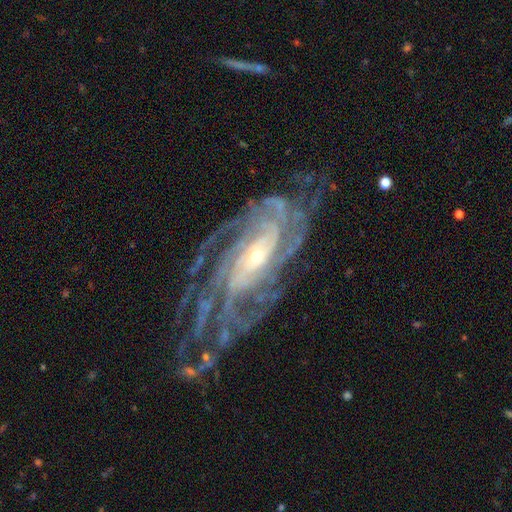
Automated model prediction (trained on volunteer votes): This is clearly a featured or disk galaxy (90%). It is clearly not viewed edge-on (94%). Bar: possibly no (52%). Spiral arm pattern: clearly yes (98%). Spiral arm count: marginally 4 (26%). Spiral winding: likely tight (70%). Central bulge: likely small (68%). Merging: likely none (69%).